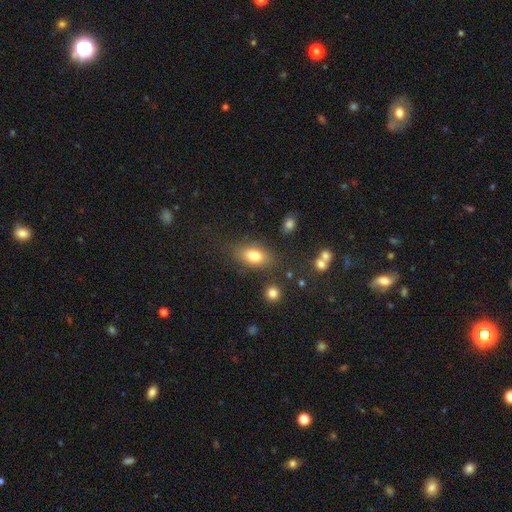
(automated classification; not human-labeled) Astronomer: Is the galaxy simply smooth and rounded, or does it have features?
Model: smooth — 79%.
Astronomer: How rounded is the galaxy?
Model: in between — 85%.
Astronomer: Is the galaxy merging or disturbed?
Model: none — 71%.